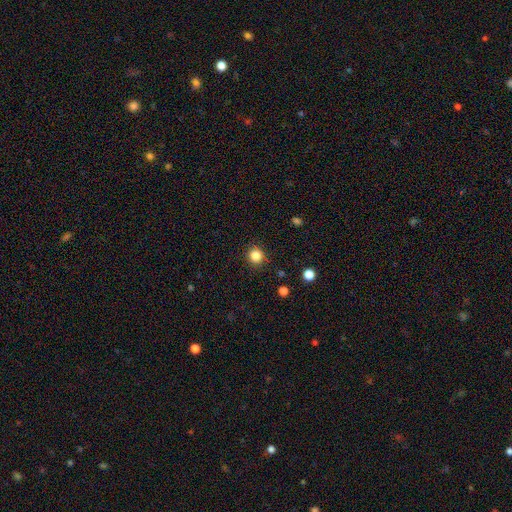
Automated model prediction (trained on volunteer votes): The model was most divided on "smooth or featured": smooth: 84%, star or artifact: 12%, featured or disk: 4%. More confident: how rounded — round (92%); merging — none (91%).